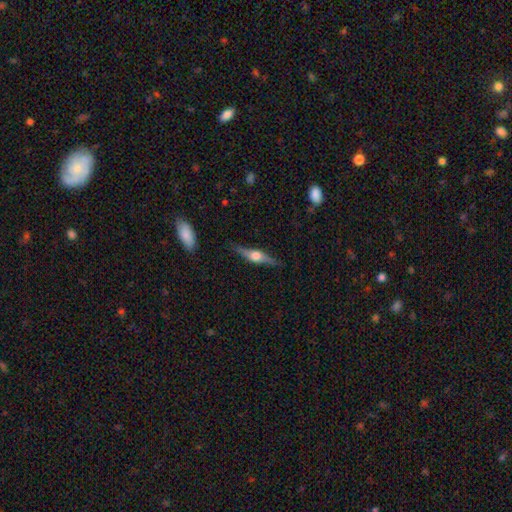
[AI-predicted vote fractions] A featured or disk galaxy (74%) viewed edge-on (97%) with a rounded central bulge (93%).

Vote fractions:
- Smooth or featured? featured or disk: 74% / smooth: 20% / star or artifact: 6%
- Edge-on disk? yes: 97% / no: 3%
- Edge-on bulge? rounded: 93% / boxy: 5% / none: 2%
- Merging? none: 86% / minor disturbance: 11% / major disturbance: 2% / merger: 1%